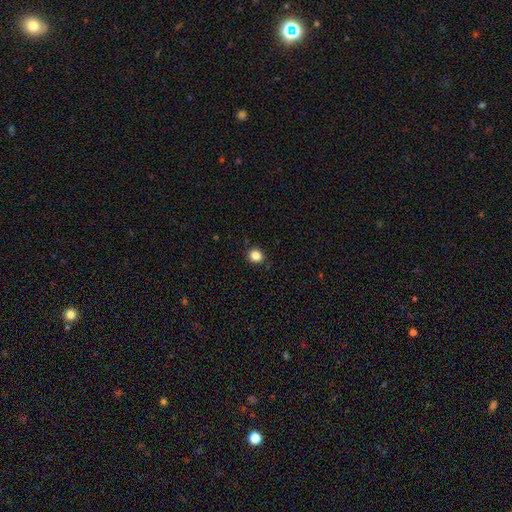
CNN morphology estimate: This appears to be a smooth galaxy with no disk features (85%) that is round (79%). Merging: none (90%).